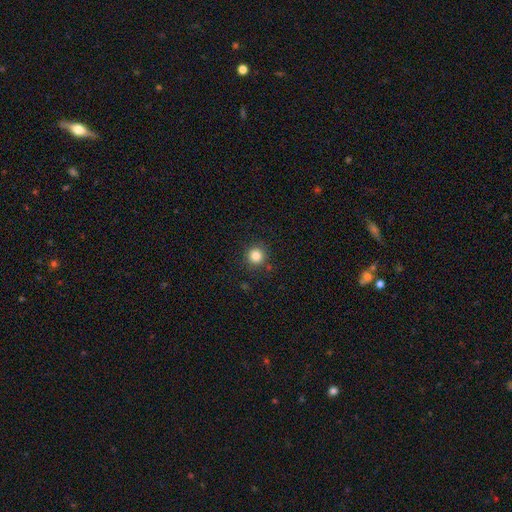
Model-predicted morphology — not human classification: smooth_or_featured: smooth (p=0.84) [alt: star or artifact p=0.12]
how_rounded: round (p=0.94) [alt: in between p=0.05]
merging: none (p=0.88) [alt: minor disturbance p=0.08]